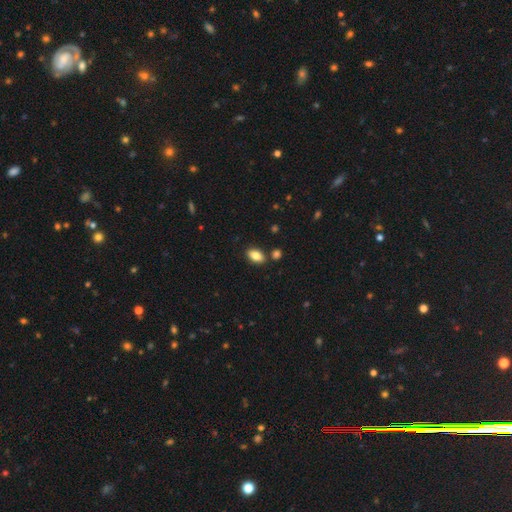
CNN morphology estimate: A smooth galaxy with no disk features (84%) that is in between round and cigar-shaped (91%). Merging: none (81%).